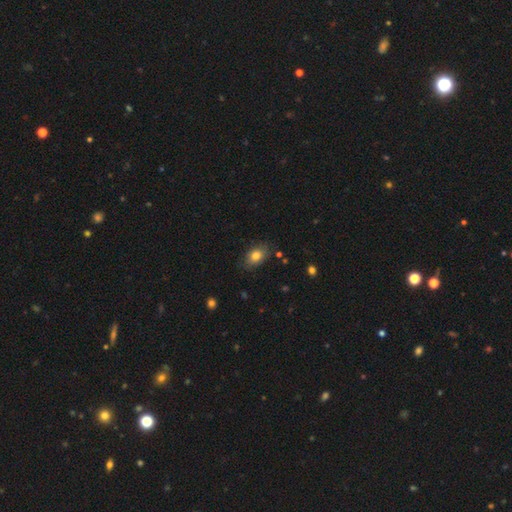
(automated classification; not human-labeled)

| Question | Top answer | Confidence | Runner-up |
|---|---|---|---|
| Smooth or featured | smooth | 81% | featured or disk (10%) |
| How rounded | in between | 79% | round (19%) |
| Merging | none | 80% | minor disturbance (15%) |